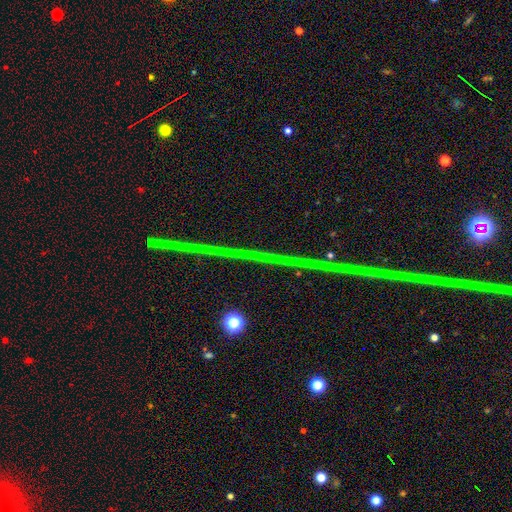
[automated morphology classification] Smooth or featured: star or artifact — 86% (featured or disk — 9%)